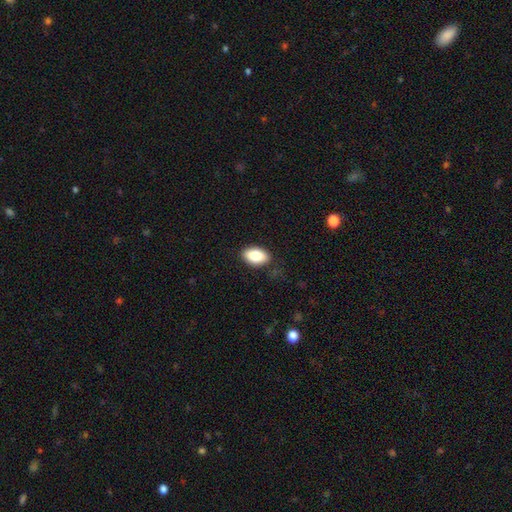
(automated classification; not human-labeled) A smooth galaxy with no disk features (86%) that is in between round and cigar-shaped (93%).

Vote fractions:
- Smooth or featured? smooth: 86% / featured or disk: 7% / star or artifact: 7%
- How rounded? in between: 93% / round: 6% / cigar-shaped: 2%
- Merging? none: 81% / minor disturbance: 14% / major disturbance: 4% / merger: 1%